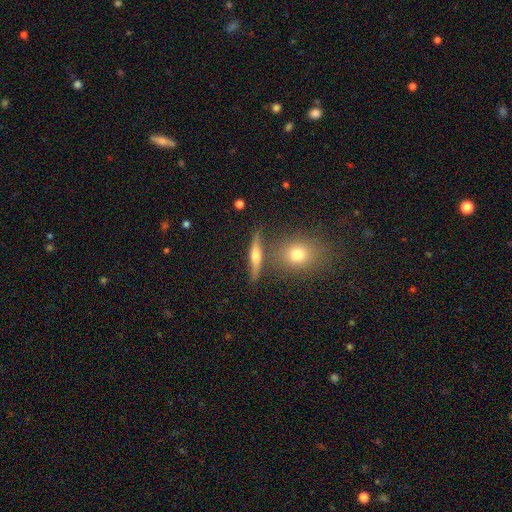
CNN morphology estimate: Smooth or featured?
  - featured or disk: 55% *
  - smooth: 35%
  - star or artifact: 11%
Edge-on disk?
  - yes: 90% *
  - no: 10%
Merging?
  - none: 76% *
  - minor disturbance: 11%
  - merger: 9%
  - major disturbance: 4%